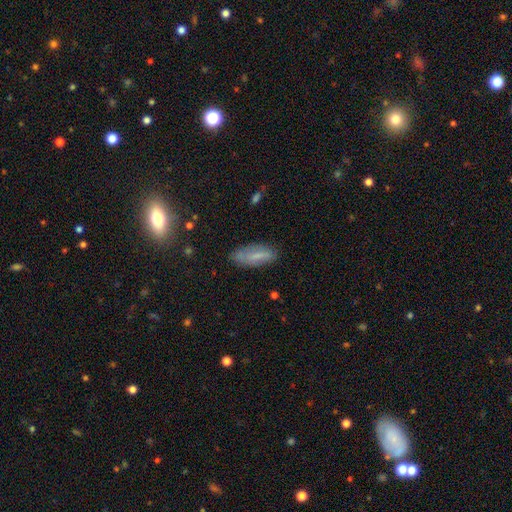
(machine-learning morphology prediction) A smooth galaxy with no disk features (66%) that is in between round and cigar-shaped (65%).

Vote fractions:
- Smooth or featured? smooth: 66% / featured or disk: 25% / star or artifact: 9%
- How rounded? in between: 65% / cigar-shaped: 33% / round: 2%
- Merging? none: 77% / minor disturbance: 17% / major disturbance: 4% / merger: 2%